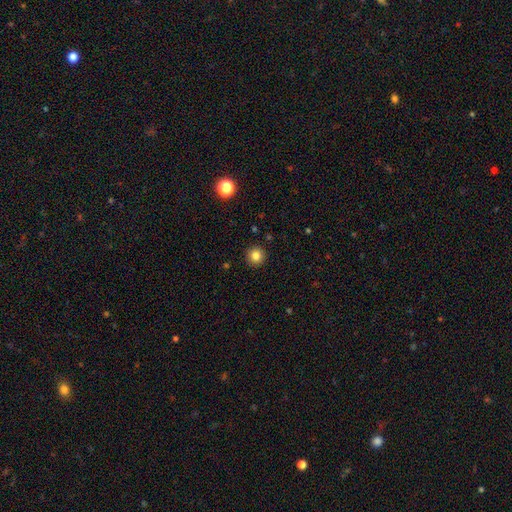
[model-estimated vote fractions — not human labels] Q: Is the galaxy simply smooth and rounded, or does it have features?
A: smooth — 82%.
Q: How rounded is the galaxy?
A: round — 94%.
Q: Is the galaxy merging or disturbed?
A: none — 92%.